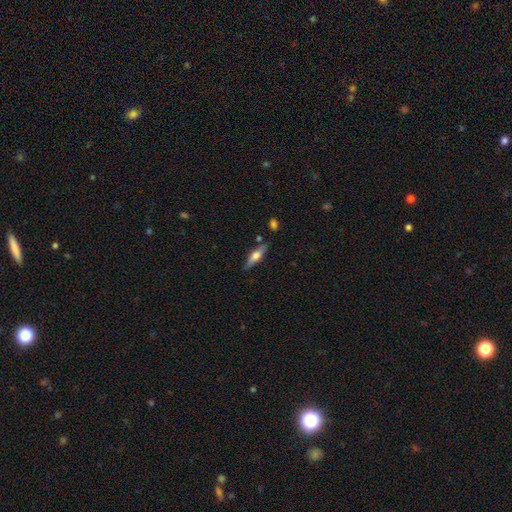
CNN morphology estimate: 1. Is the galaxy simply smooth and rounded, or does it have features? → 49% featured or disk, 45% smooth, 6% star or artifact.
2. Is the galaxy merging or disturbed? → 79% none, 14% minor disturbance, 5% merger, 3% major disturbance.